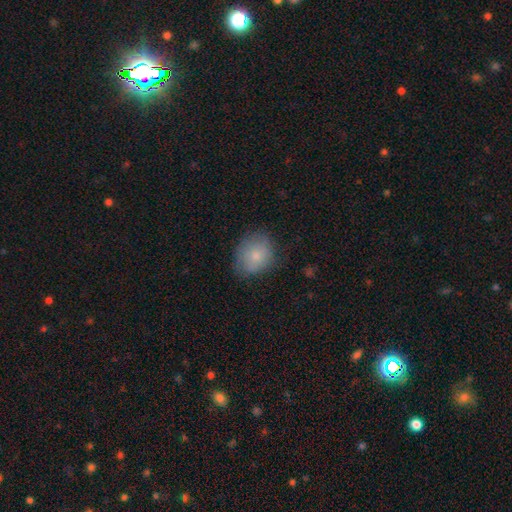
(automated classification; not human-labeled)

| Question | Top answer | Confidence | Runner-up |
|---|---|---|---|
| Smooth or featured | smooth | 80% | featured or disk (12%) |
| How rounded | round | 60% | in between (39%) |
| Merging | none | 71% | minor disturbance (23%) |